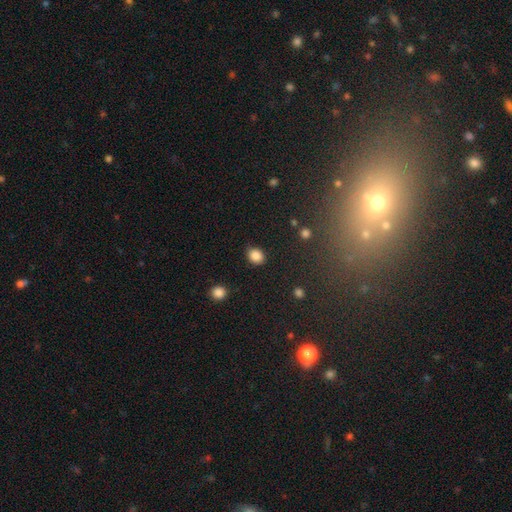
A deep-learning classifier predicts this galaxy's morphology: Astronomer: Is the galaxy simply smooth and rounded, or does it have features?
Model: smooth — 87%.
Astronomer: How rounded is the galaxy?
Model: round — 54% (runner-up: in between, 45%).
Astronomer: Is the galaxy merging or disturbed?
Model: none — 85%.